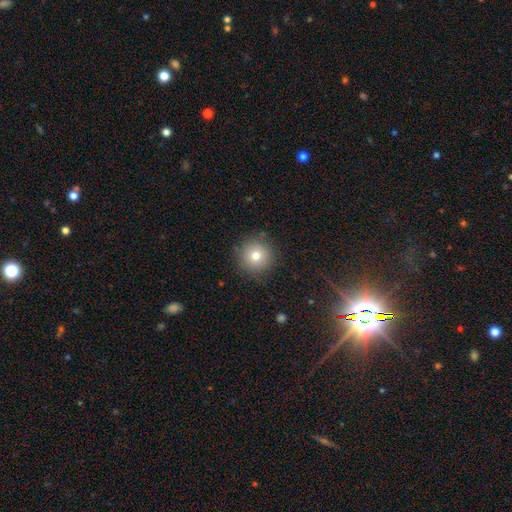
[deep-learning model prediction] Overall: smooth (76%). How rounded: round (95%). Merging: none (88%).